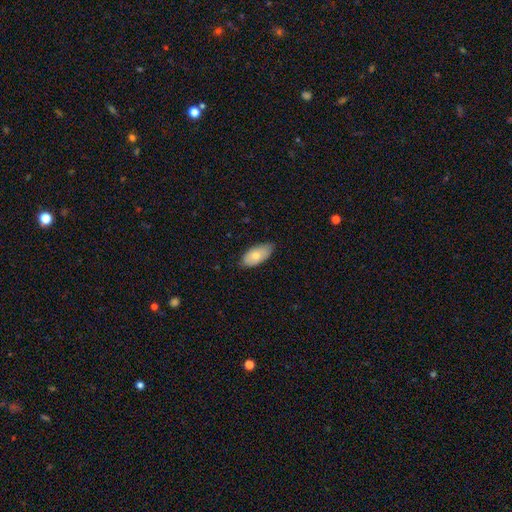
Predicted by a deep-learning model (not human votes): A smooth galaxy with no disk features (74%) that is in between round and cigar-shaped (93%). Merging: none (75%).